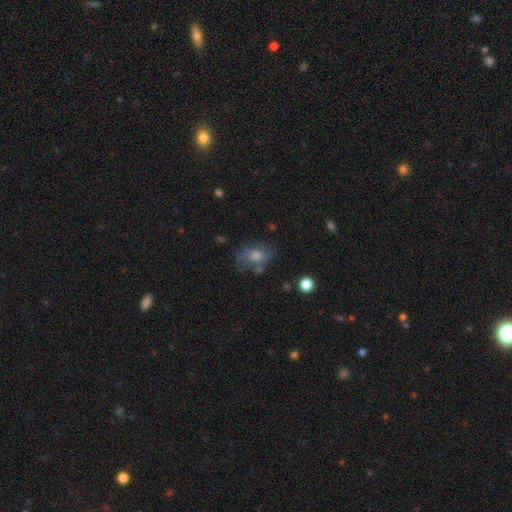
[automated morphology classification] A smooth galaxy with no disk features (59%) that is in between round and cigar-shaped (72%).

Vote fractions:
- Smooth or featured? smooth: 59% / featured or disk: 27% / star or artifact: 15%
- How rounded? in between: 72% / round: 27% / cigar-shaped: 2%
- Merging? none: 63% / minor disturbance: 21% / major disturbance: 9% / merger: 6%